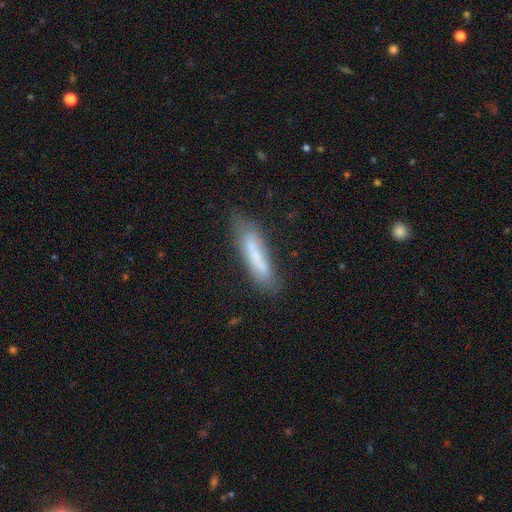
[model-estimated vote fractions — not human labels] smooth_or_featured: smooth (p=0.64) [alt: featured or disk p=0.28]
how_rounded: cigar-shaped (p=0.80) [alt: in between p=0.18]
merging: none (p=0.69) [alt: minor disturbance p=0.21]